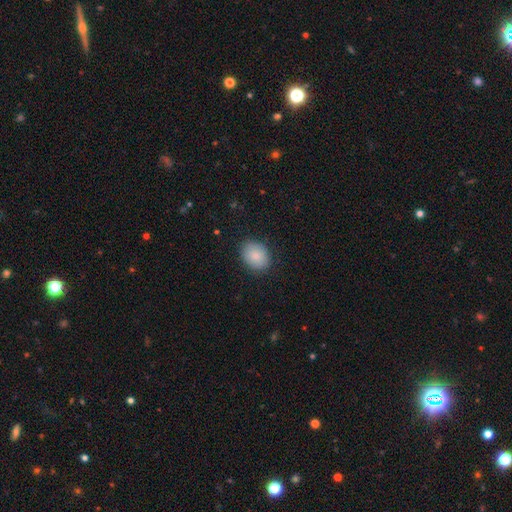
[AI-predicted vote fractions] smooth_or_featured: smooth (p=0.87) [alt: star or artifact p=0.07]
how_rounded: in between (p=0.62) [alt: round p=0.37]
merging: none (p=0.86) [alt: minor disturbance p=0.11]